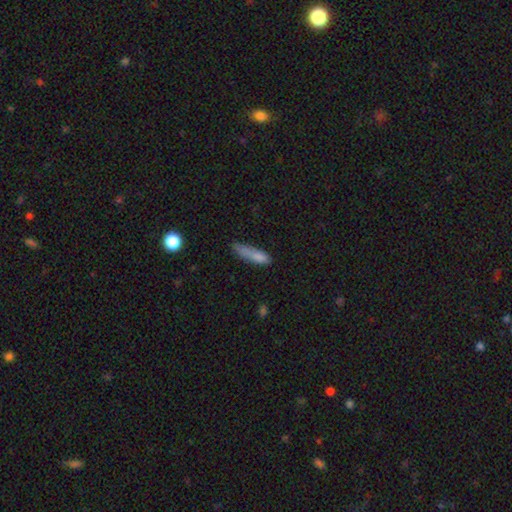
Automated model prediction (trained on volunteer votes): Smooth or featured: smooth — 77% (featured or disk — 14%)
How rounded: cigar-shaped — 73% (in between — 25%)
Merging: none — 48% (minor disturbance — 31%)